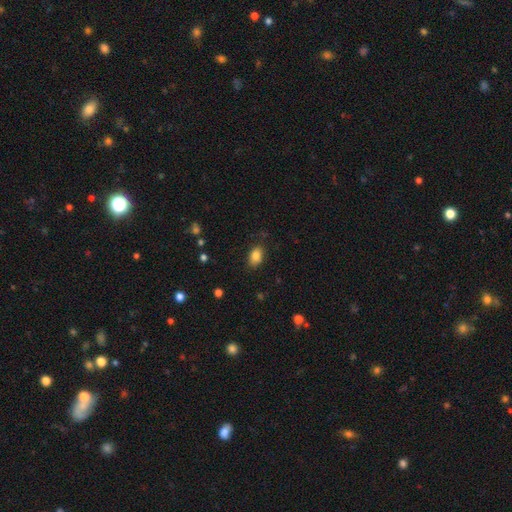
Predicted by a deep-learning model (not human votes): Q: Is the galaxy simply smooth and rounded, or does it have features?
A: smooth — 84%.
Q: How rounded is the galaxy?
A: in between — 84%.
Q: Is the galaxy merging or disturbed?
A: none — 82%.